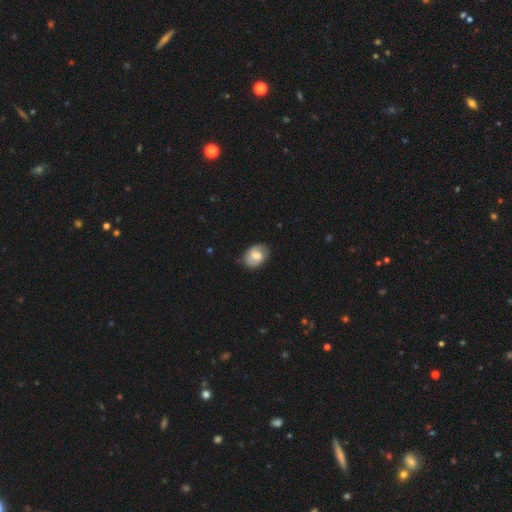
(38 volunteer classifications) Smooth or featured?
  - smooth: 53% *
  - featured or disk: 37%
  - star or artifact: 11%
How rounded?
  - in between: 80% *
  - round: 20%
  - cigar-shaped: 0%
Merging?
  - none: 88% *
  - minor disturbance: 12%
  - major disturbance: 0%
  - merger: 0%